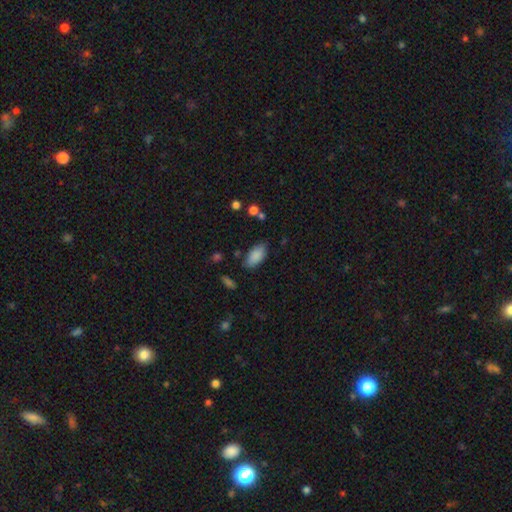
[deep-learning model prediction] Morphology: type=smooth (87%); roundness=in between (93%); merging=none (81%).